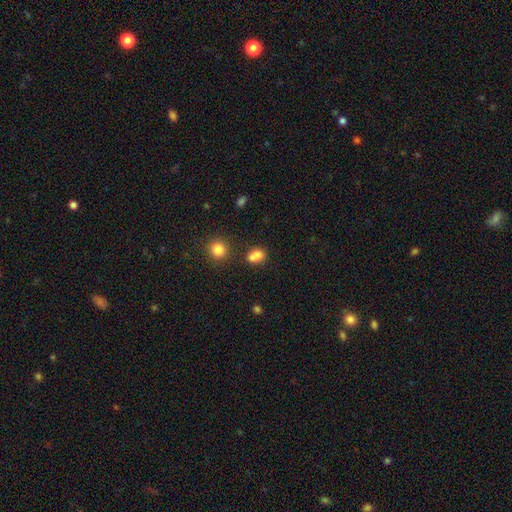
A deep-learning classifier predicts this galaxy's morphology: smooth 78%, star or artifact 13%, featured or disk 9%. Down the decision tree: how rounded — in between (56%); merging — none (42%).